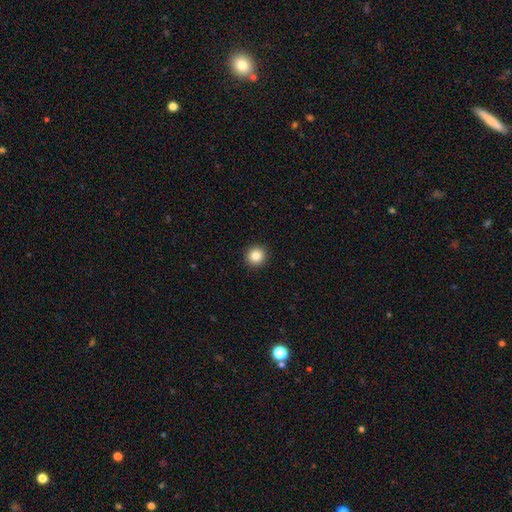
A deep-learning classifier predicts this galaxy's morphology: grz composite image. It shows a smooth galaxy with no disk features (85%) that is round (95%). Merging: none (93%).